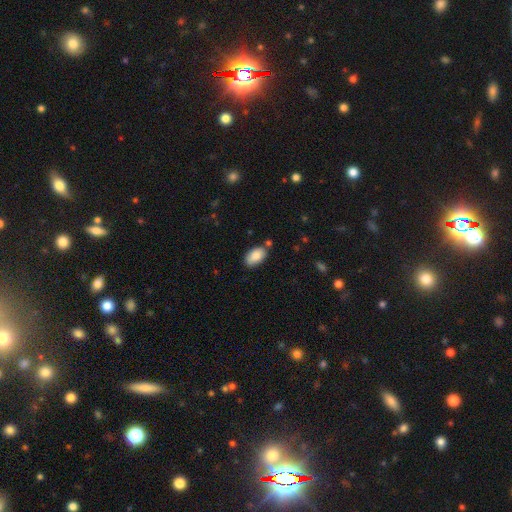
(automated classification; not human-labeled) smooth 87%, star or artifact 7%, featured or disk 6%. Down the decision tree: how rounded — in between (94%); merging — none (76%).